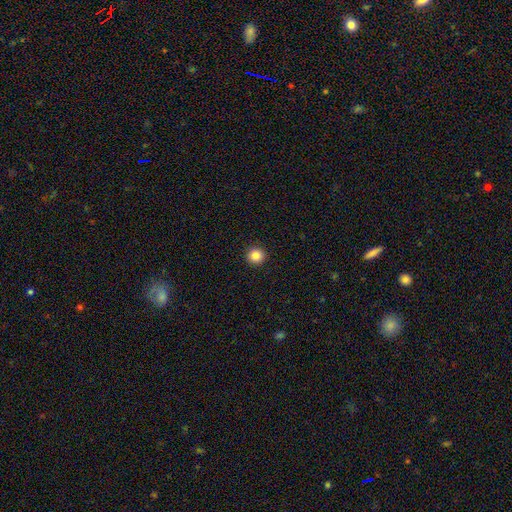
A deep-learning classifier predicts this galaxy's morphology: A smooth galaxy with no disk features (85%) that is round (95%). Merging: none (93%).